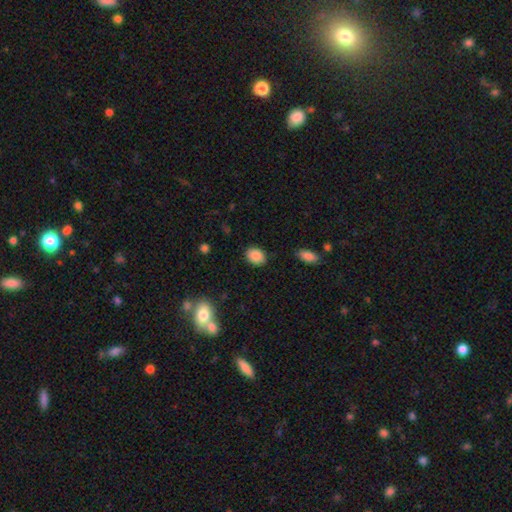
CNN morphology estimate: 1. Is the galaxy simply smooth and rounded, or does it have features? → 88% smooth, 8% star or artifact, 4% featured or disk.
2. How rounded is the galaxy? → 63% in between, 36% round, 1% cigar-shaped.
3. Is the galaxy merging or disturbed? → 87% none, 9% minor disturbance, 2% major disturbance, 2% merger.